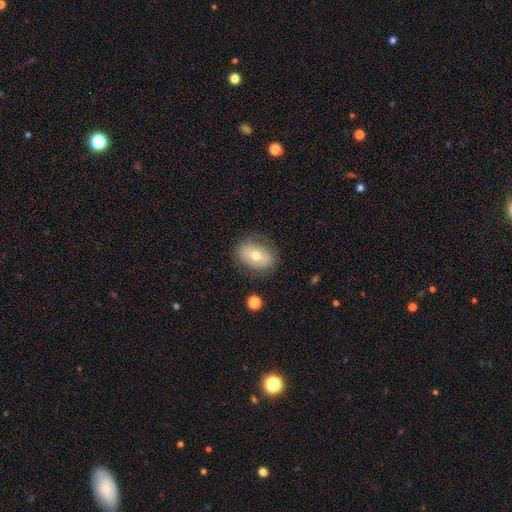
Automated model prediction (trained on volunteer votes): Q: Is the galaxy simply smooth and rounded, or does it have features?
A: smooth — 63%.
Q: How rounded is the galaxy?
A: in between — 82%.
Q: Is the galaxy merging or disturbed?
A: none — 79%.